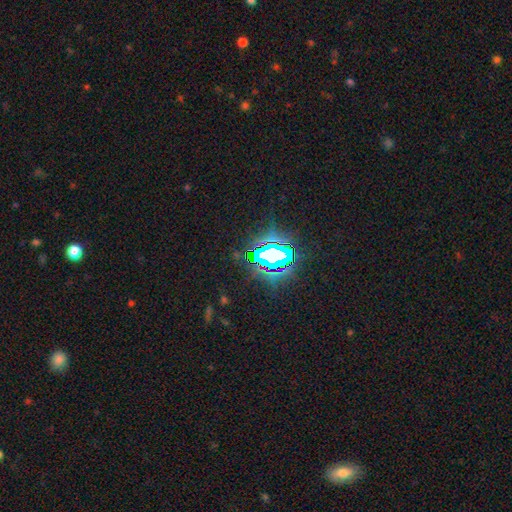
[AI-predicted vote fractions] Q: Smooth or featured?
A: star or artifact (80%); runner-up: smooth (12%)